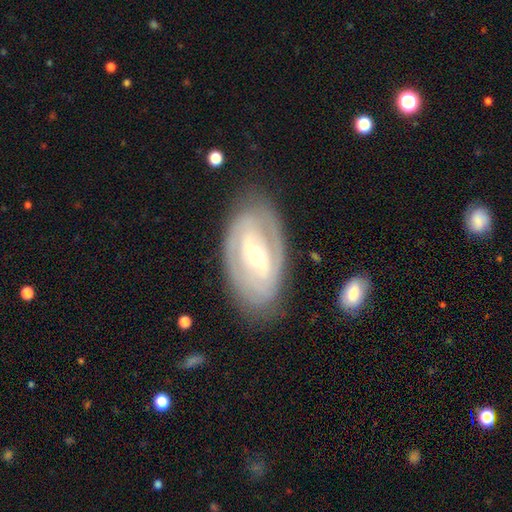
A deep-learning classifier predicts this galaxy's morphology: The model was most divided on "bar": strong: 40%, weak: 39%, no: 21%. More confident: edge-on disk — no (94%); smooth or featured — featured or disk (81%); spiral arms — yes (79%); merging — none (79%); spiral winding — tight (64%); bulge size — moderate (60%); spiral arm count — 2 (54%).